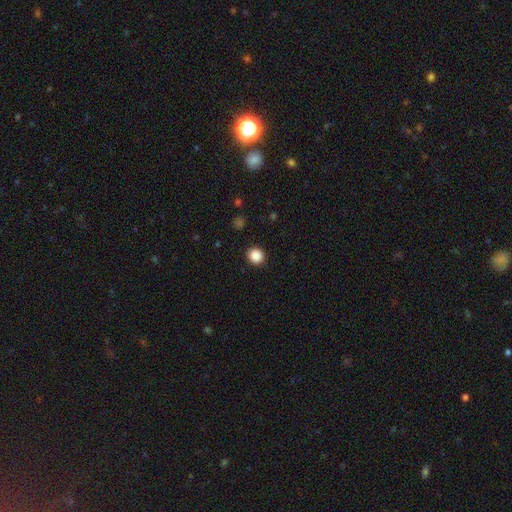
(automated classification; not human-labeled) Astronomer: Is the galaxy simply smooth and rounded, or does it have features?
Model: smooth — 88%.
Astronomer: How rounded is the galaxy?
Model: round — 89%.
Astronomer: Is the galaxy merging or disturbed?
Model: none — 92%.